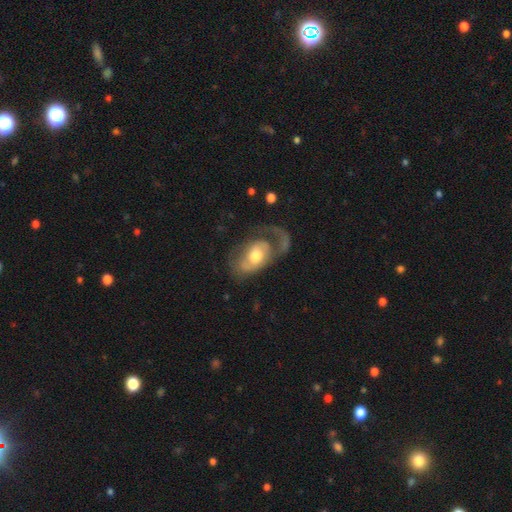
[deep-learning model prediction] The model was most divided on "merging": major disturbance: 46%, none: 31%, minor disturbance: 19%, merger: 4%. More confident: edge-on disk — no (94%); bar — no (73%); spiral arms — yes (70%); smooth or featured — featured or disk (65%); bulge size — moderate (64%).